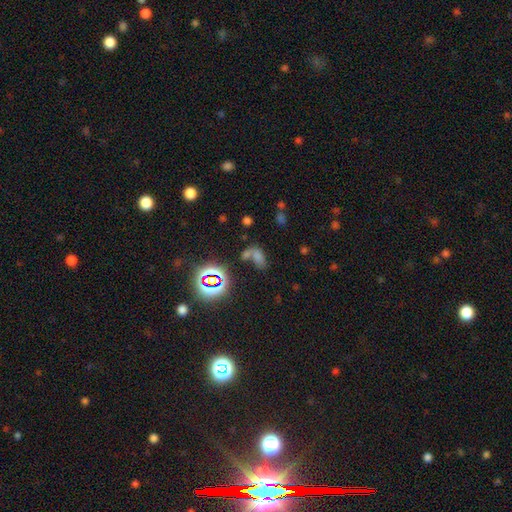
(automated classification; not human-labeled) This is possibly a smooth galaxy (56%). How rounded: clearly in between (85%). Merging: possibly merger (46%).